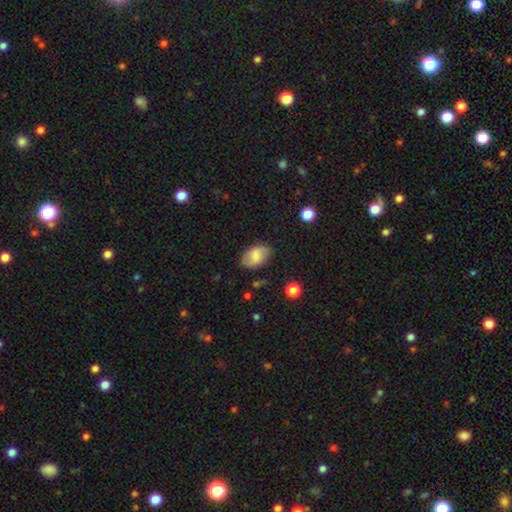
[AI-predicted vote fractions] smooth-or-featured: smooth: 72% | featured or disk: 20% | star or artifact: 8%
  how-rounded: in between: 90% | round: 8% | cigar-shaped: 1%
  merging: none: 78% | minor disturbance: 17% | major disturbance: 4% | merger: 2%